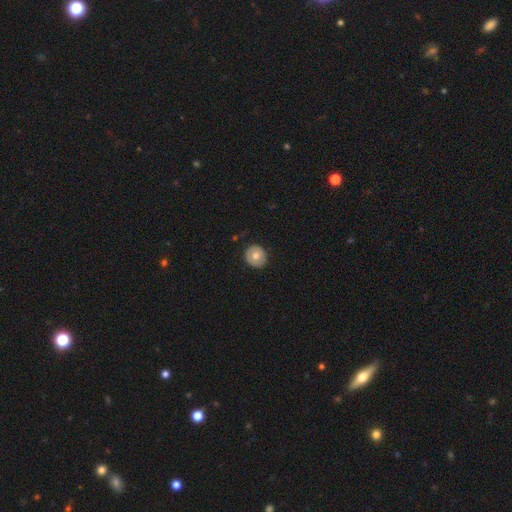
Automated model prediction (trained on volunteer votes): Smooth or featured? smooth (66%)
How rounded? round (83%)
Merging? none (88%)